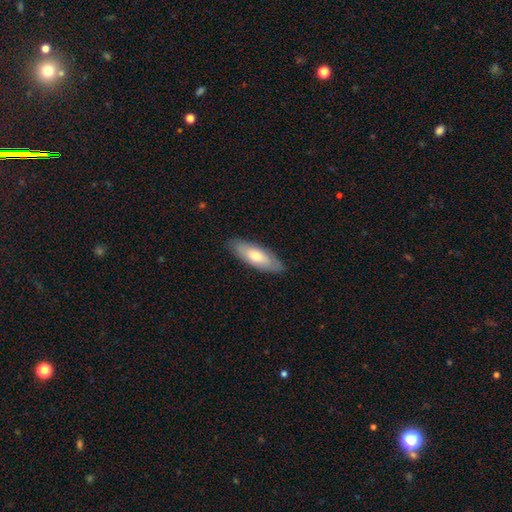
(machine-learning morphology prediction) Smooth or featured? Predicted: smooth (p=0.58). How rounded? Predicted: in between (p=0.64). Merging? Predicted: none (p=0.86).